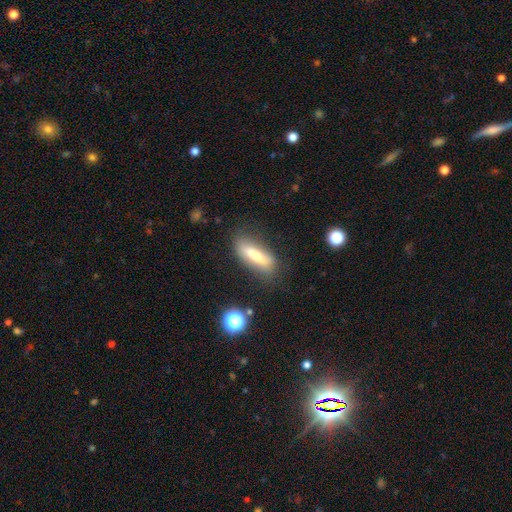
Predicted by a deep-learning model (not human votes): This is possibly a smooth galaxy (60%). How rounded: possibly cigar-shaped (51%). Merging: likely none (76%).